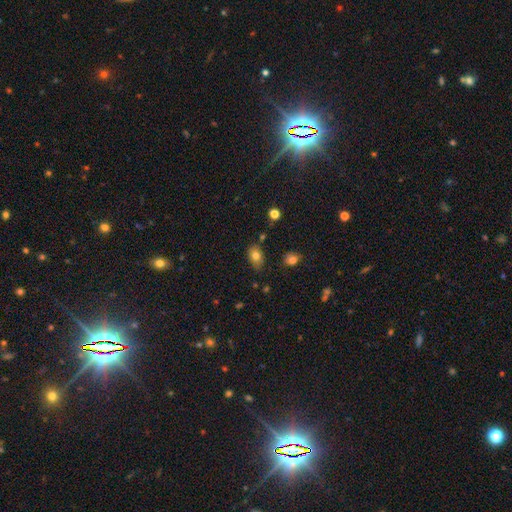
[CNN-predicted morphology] Overall: smooth (79%). How rounded: in between (81%). Merging: none (74%).